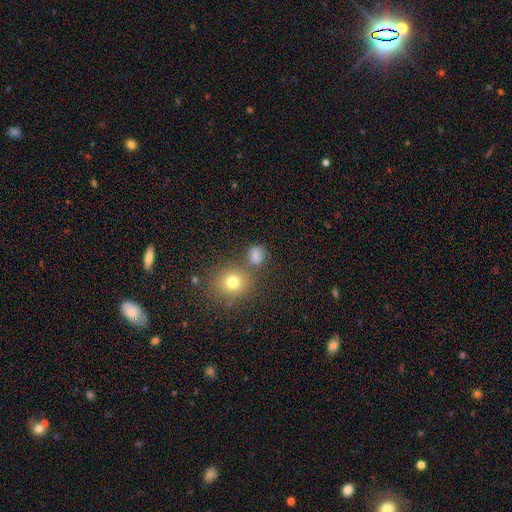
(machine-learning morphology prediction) The model was most divided on "how rounded": round: 74%, in between: 25%, cigar-shaped: 1%. More confident: smooth or featured — smooth (74%); merging — none (68%).